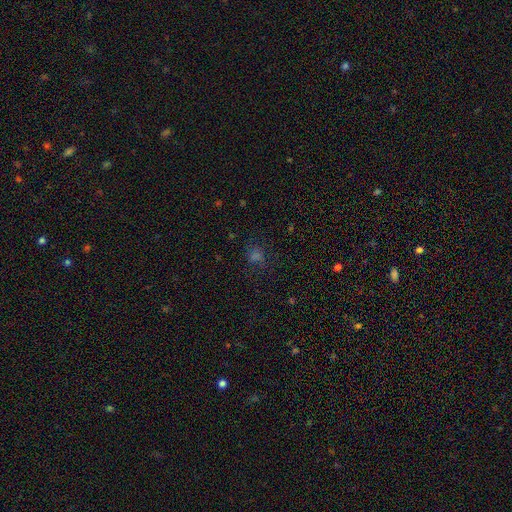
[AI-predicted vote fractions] The model was most divided on "smooth or featured": smooth: 53%, star or artifact: 36%, featured or disk: 10%. More confident: merging — none (71%); how rounded — round (71%).